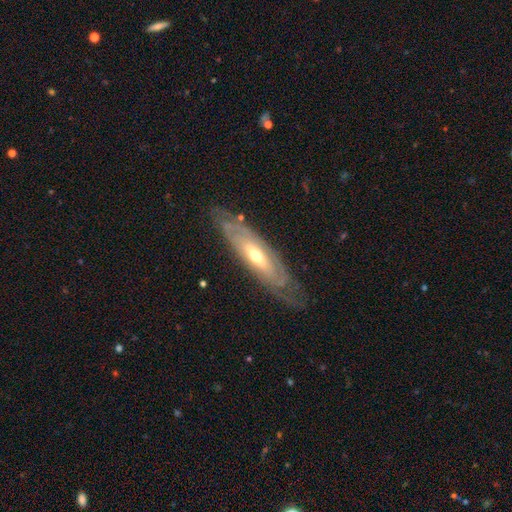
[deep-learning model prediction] featured or disk 76%, smooth 18%, star or artifact 5%. Down the decision tree: edge-on disk — no (70%); bar — no (64%); spiral arms — yes (72%); bulge size — moderate (58%); merging — none (73%).